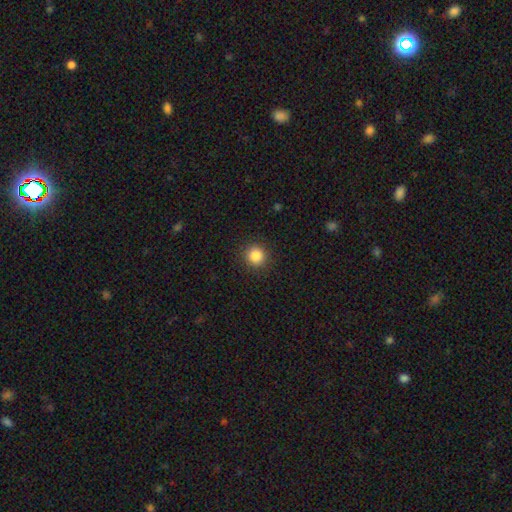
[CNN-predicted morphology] Smooth or featured? Predicted: smooth (p=0.86). How rounded? Predicted: round (p=0.94). Merging? Predicted: none (p=0.91).